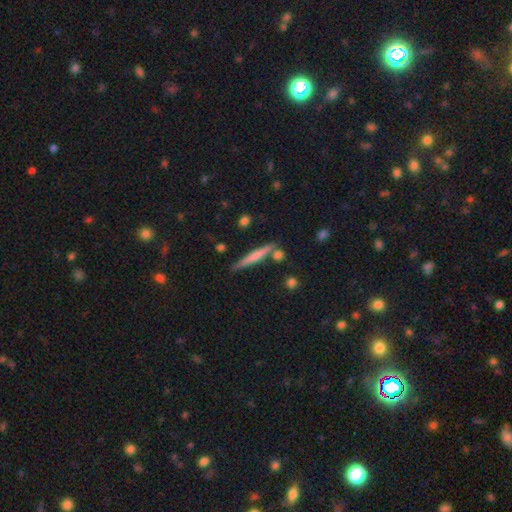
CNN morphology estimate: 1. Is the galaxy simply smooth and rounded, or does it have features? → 52% smooth, 41% featured or disk, 7% star or artifact.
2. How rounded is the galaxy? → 94% cigar-shaped, 4% in between, 2% round.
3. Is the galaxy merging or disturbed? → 80% none, 10% minor disturbance, 7% merger, 2% major disturbance.